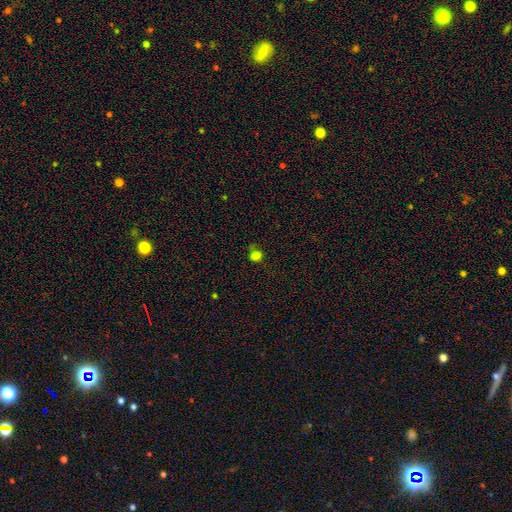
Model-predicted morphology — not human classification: smooth_or_featured: smooth (p=0.75) [alt: star or artifact p=0.20]
how_rounded: round (p=0.69) [alt: in between p=0.30]
merging: none (p=0.64) [alt: minor disturbance p=0.22]